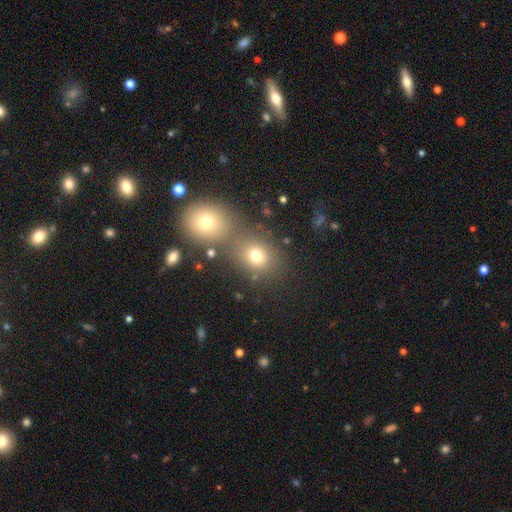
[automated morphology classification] The model was most divided on "merging": none: 50%, merger: 38%, minor disturbance: 8%, major disturbance: 4%. More confident: smooth or featured — smooth (72%); how rounded — round (61%).